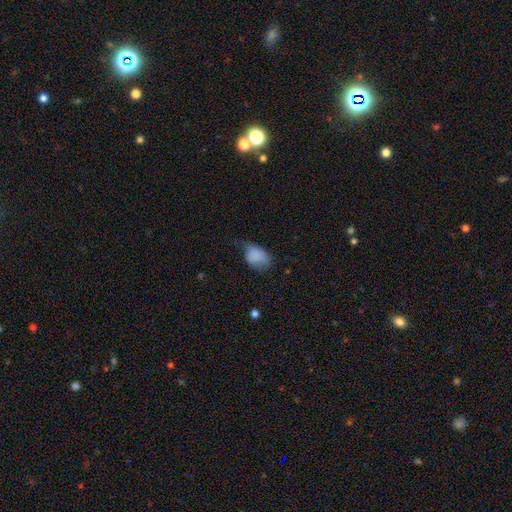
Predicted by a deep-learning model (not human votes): This is clearly a smooth galaxy (80%). How rounded: likely in between (78%). Merging: marginally minor disturbance (40%).